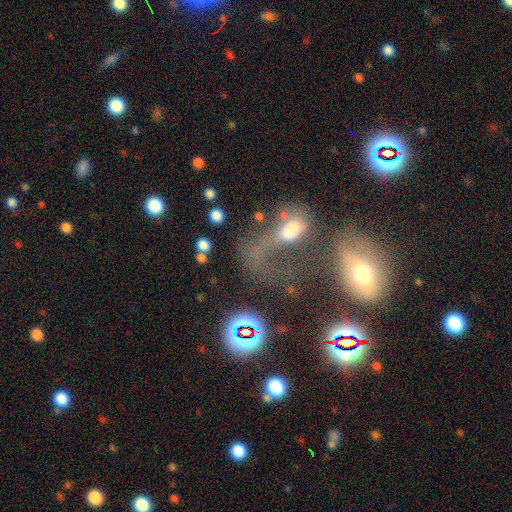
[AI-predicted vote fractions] Q: Smooth or featured?
A: featured or disk (42%); runner-up: smooth (34%)
Q: Merging?
A: major disturbance (42%); runner-up: merger (33%)